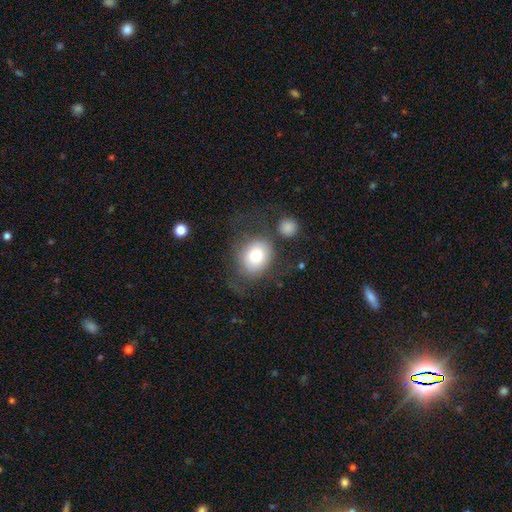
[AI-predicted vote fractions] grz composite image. It shows a smooth galaxy with no disk features (73%) that is round (61%). Merging: none (54%).